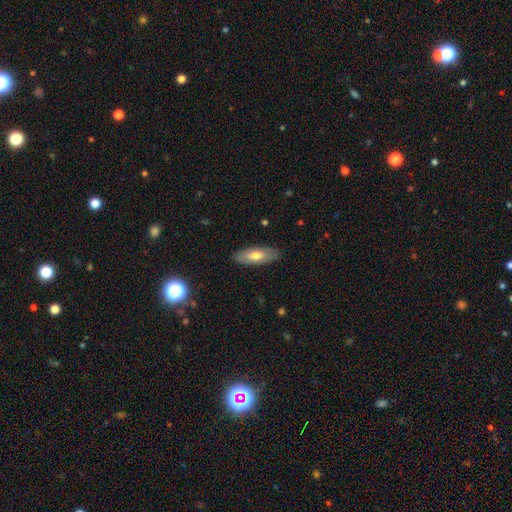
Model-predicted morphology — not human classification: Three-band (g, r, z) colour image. It shows a smooth galaxy with no disk features (64%) that is in between round and cigar-shaped (74%). Merging: none (86%).